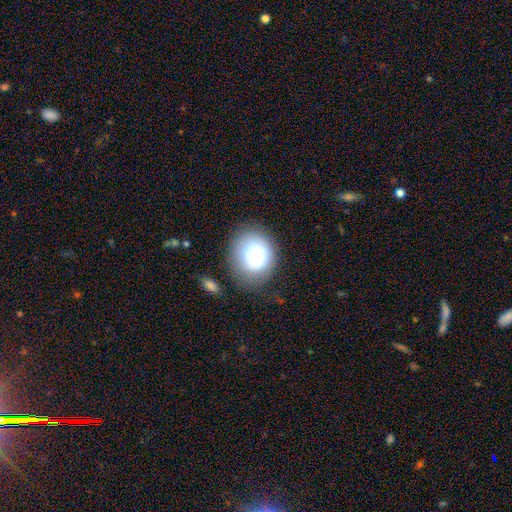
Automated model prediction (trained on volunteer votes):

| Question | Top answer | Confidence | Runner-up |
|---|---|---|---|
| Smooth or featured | smooth | 79% | featured or disk (12%) |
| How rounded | round | 65% | in between (34%) |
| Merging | none | 67% | minor disturbance (20%) |